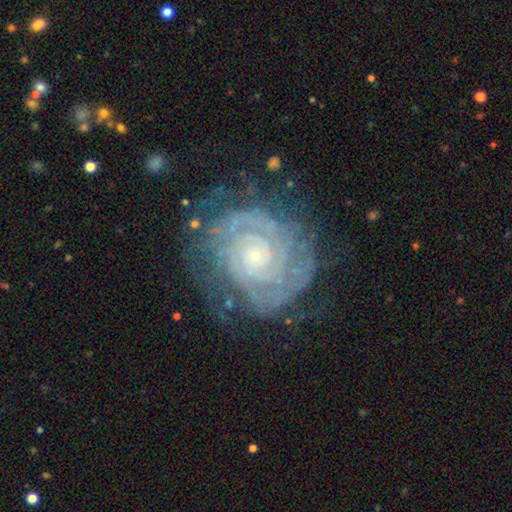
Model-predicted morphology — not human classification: A featured or disk galaxy (89%) with no bar (76%), 2 (33%) tight (84%) spiral arms (98%) and a small central bulge (80%).

Vote fractions:
- Smooth or featured? featured or disk: 89% / star or artifact: 6% / smooth: 5%
- Edge-on disk? no: 98% / yes: 2%
- Bar? no: 76% / weak: 18% / strong: 6%
- Spiral arms? yes: 98% / no: 2%
- Spiral winding? tight: 84% / medium: 13% / loose: 2%
- Spiral arm count? 2: 33% / can't tell: 23% / 3: 17% / 4: 13% / more than 4: 8% / 1: 6%
- Bulge size? small: 80% / moderate: 14% / none: 3% / large: 1% / dominant: 1%
- Merging? none: 74% / minor disturbance: 17% / major disturbance: 8% / merger: 1%